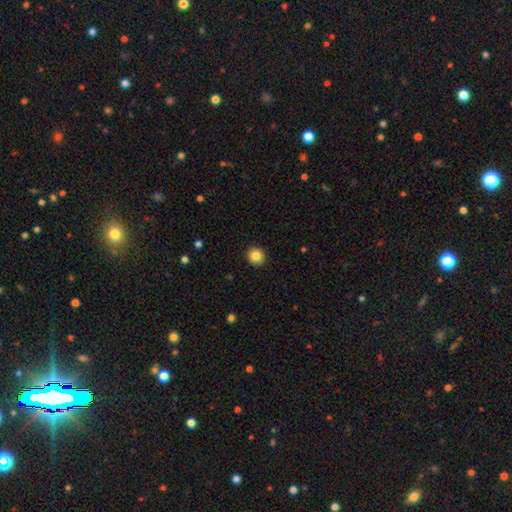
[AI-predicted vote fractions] smooth-or-featured: smooth: 85% | star or artifact: 10% | featured or disk: 6%
  how-rounded: round: 90% | in between: 9% | cigar-shaped: 1%
  merging: none: 92% | minor disturbance: 5% | major disturbance: 2% | merger: 1%